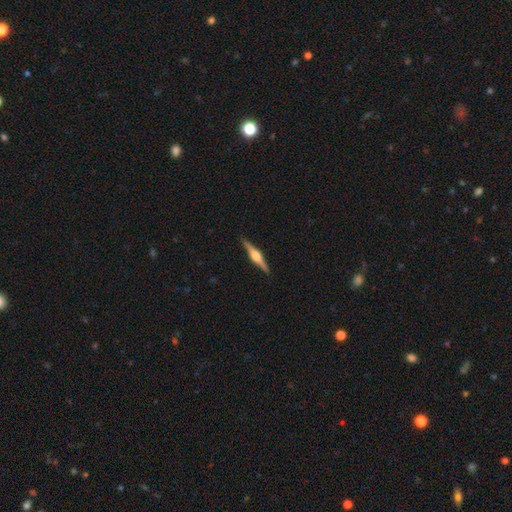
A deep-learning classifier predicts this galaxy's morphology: Overall: featured or disk (80%). Edge-on disk: yes (98%). Edge-on bulge: rounded (87%). Merging: none (92%).